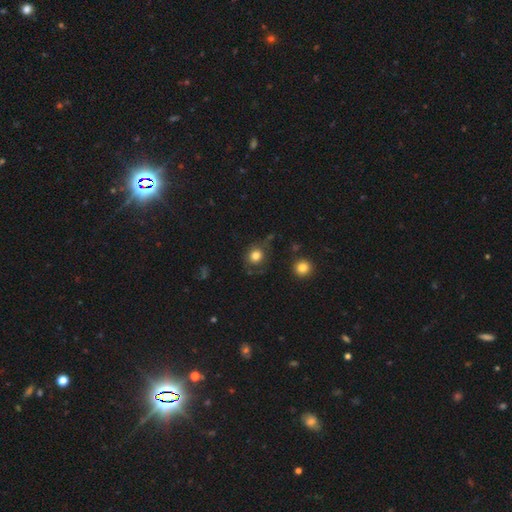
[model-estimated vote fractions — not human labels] Smooth or featured?
  - smooth: 80% *
  - star or artifact: 10%
  - featured or disk: 10%
How rounded?
  - round: 78% *
  - in between: 21%
  - cigar-shaped: 1%
Merging?
  - none: 70% *
  - minor disturbance: 18%
  - major disturbance: 10%
  - merger: 3%